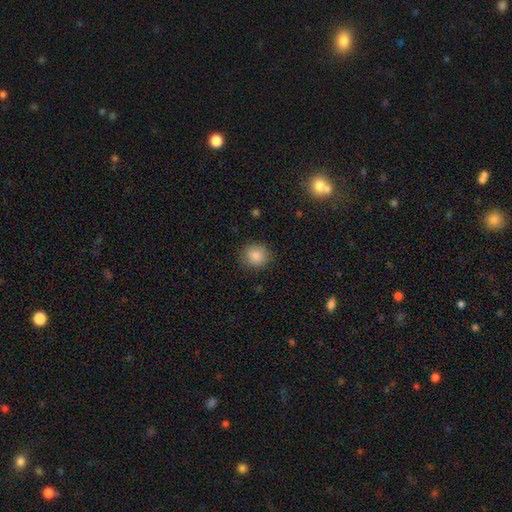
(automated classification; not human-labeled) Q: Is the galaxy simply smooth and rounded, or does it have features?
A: smooth — 86%.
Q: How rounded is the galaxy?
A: round — 82%.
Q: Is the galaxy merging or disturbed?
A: none — 86%.